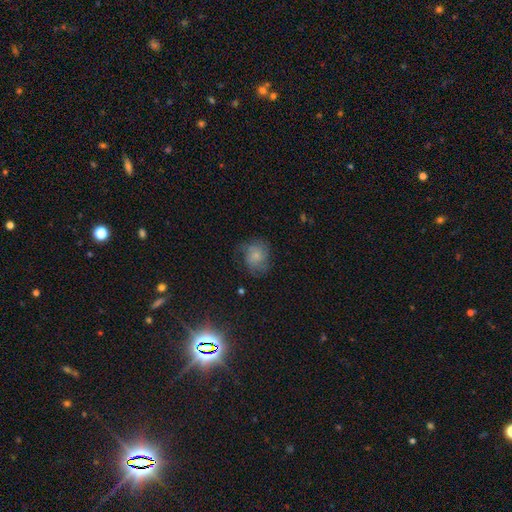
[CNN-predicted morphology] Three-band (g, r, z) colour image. It shows a smooth galaxy with no disk features (55%) that is round (68%). Merging: none (57%).